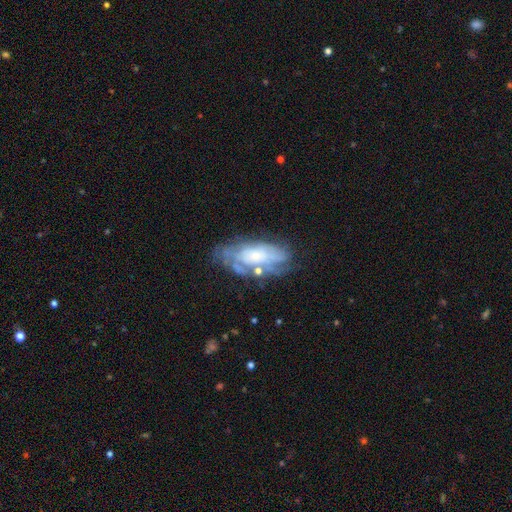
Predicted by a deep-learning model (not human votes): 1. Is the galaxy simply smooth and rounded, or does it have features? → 71% featured or disk, 21% smooth, 8% star or artifact.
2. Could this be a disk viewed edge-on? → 91% no, 9% yes.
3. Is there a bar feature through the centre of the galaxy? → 75% no, 19% weak, 5% strong.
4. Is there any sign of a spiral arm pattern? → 82% yes, 18% no.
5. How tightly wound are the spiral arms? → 64% tight, 27% medium, 9% loose.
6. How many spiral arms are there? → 58% can't tell, 14% 2, 10% 3, 8% 4, 5% more than 4, 4% 1.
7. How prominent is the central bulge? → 58% small, 25% moderate, 9% none, 6% large, 2% dominant.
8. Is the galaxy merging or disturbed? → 63% none, 21% minor disturbance, 11% major disturbance, 5% merger.